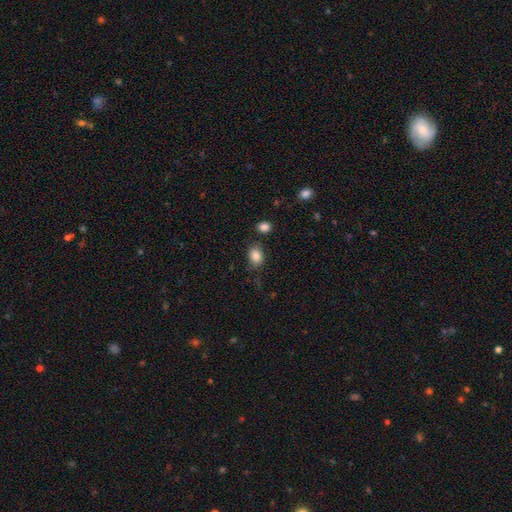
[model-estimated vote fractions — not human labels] Overall: smooth (86%). How rounded: in between (63%; round 36%). Merging: none (73%).